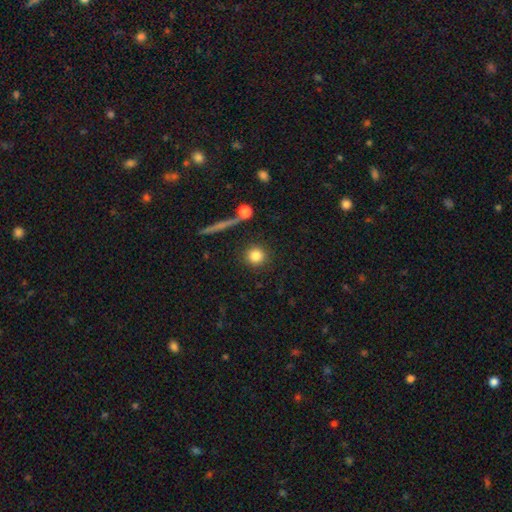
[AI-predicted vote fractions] Morphology: type=smooth (83%); roundness=round (94%); merging=none (87%).